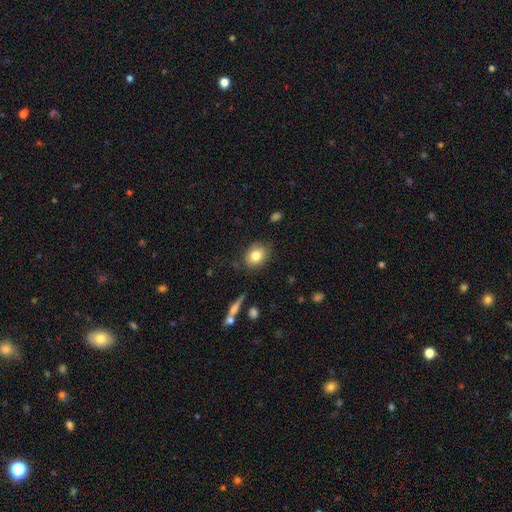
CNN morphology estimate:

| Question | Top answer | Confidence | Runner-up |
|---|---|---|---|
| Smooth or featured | smooth | 80% | featured or disk (11%) |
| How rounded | in between | 51% | round (48%) |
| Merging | none | 81% | minor disturbance (14%) |